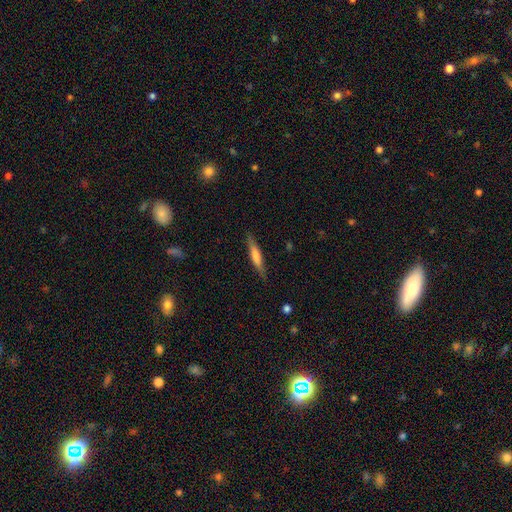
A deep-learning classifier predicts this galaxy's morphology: smooth_or_featured: smooth (p=0.58) [alt: featured or disk p=0.36]
how_rounded: cigar-shaped (p=0.89) [alt: in between p=0.10]
merging: none (p=0.86) [alt: minor disturbance p=0.11]